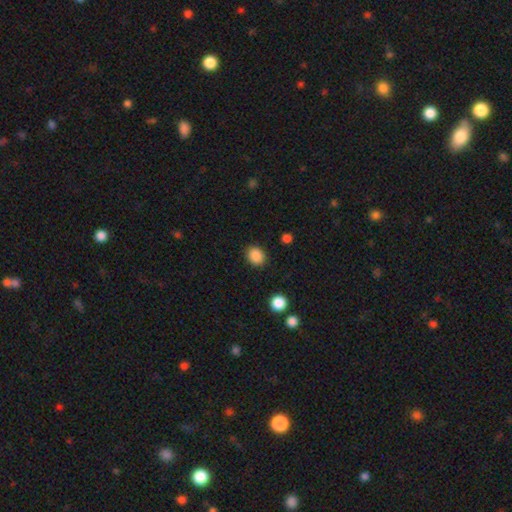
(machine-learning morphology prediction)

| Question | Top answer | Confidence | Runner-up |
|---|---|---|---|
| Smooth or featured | smooth | 87% | star or artifact (10%) |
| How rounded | round | 66% | in between (33%) |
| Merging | none | 88% | minor disturbance (8%) |